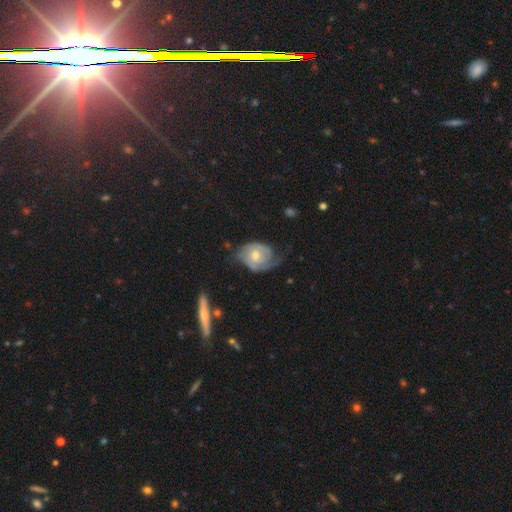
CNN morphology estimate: Q: Smooth or featured?
A: featured or disk (72%); runner-up: smooth (22%)
Q: Edge-on disk?
A: no (96%); runner-up: yes (4%)
Q: Bar?
A: no (72%); runner-up: weak (24%)
Q: Spiral arms?
A: yes (89%); runner-up: no (11%)
Q: Spiral winding?
A: tight (51%); runner-up: medium (33%)
Q: Spiral arm count?
A: 2 (47%); runner-up: 1 (22%)
Q: Bulge size?
A: moderate (60%); runner-up: small (33%)
Q: Merging?
A: none (48%); runner-up: minor disturbance (30%)